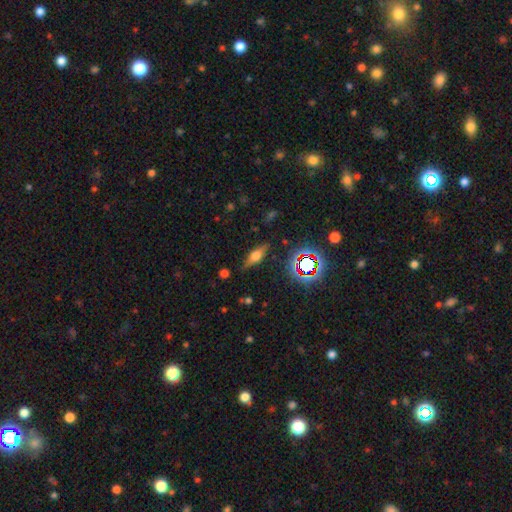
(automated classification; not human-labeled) The model was most divided on "smooth or featured": smooth: 45%, featured or disk: 41%, star or artifact: 14%. More confident: merging — none (82%).